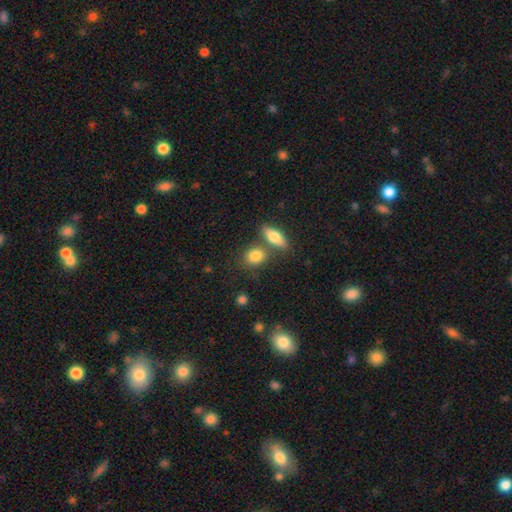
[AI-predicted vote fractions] Smooth or featured?
  - smooth: 83% *
  - featured or disk: 10%
  - star or artifact: 8%
How rounded?
  - in between: 49% *
  - round: 46%
  - cigar-shaped: 5%
Merging?
  - none: 60% *
  - merger: 25%
  - minor disturbance: 11%
  - major disturbance: 4%